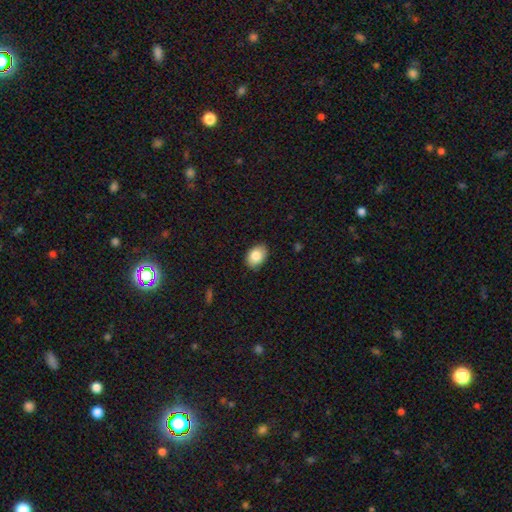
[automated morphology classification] Smooth or featured: smooth — 85% (featured or disk — 8%)
How rounded: in between — 80% (round — 19%)
Merging: none — 85% (minor disturbance — 12%)